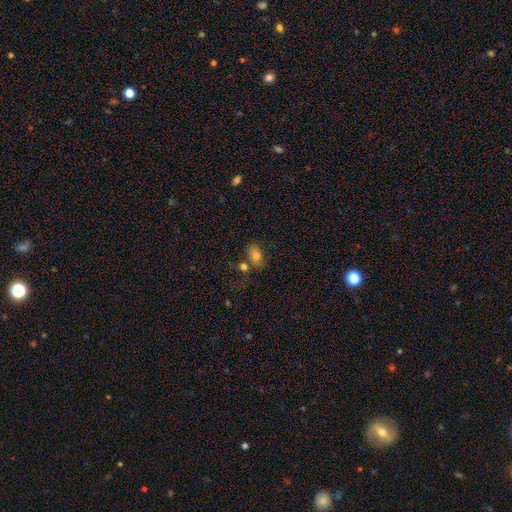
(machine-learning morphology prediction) Smooth or featured? Predicted: smooth (p=0.78). How rounded? Predicted: in between (p=0.83). Merging? Predicted: none (p=0.60).